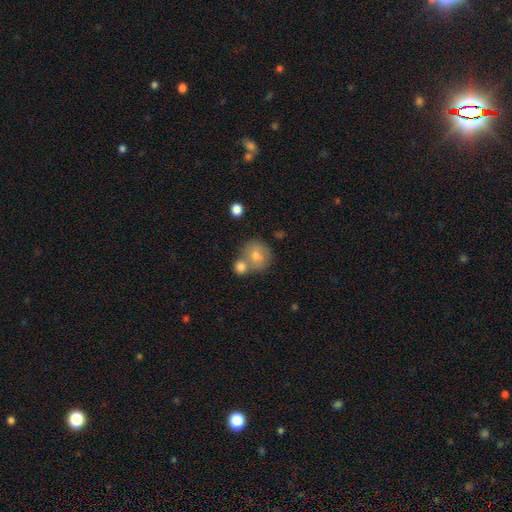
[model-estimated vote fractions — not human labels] smooth 69%, featured or disk 20%, star or artifact 12%. Down the decision tree: how rounded — round (85%); merging — none (49%).